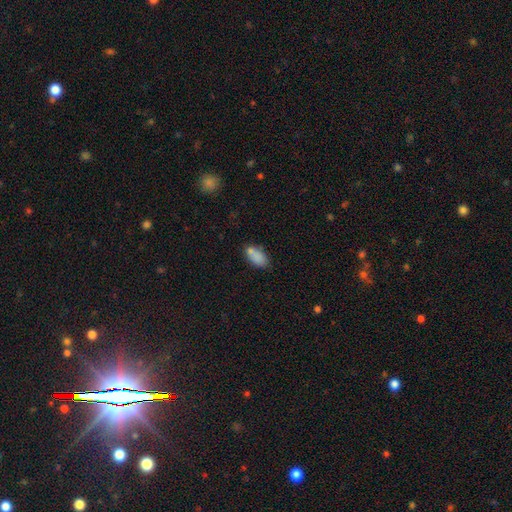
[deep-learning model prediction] Smooth or featured: smooth — 81% (featured or disk — 10%)
How rounded: in between — 90% (cigar-shaped — 6%)
Merging: none — 60% (minor disturbance — 20%)